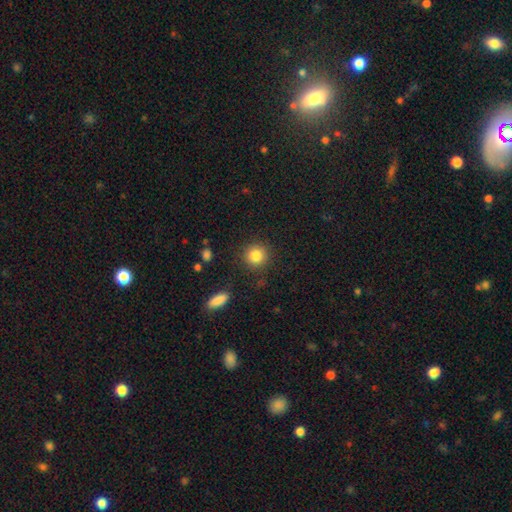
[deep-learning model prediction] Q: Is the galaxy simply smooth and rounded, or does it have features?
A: smooth — 84%.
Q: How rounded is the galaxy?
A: round — 91%.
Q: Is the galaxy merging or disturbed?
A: none — 88%.